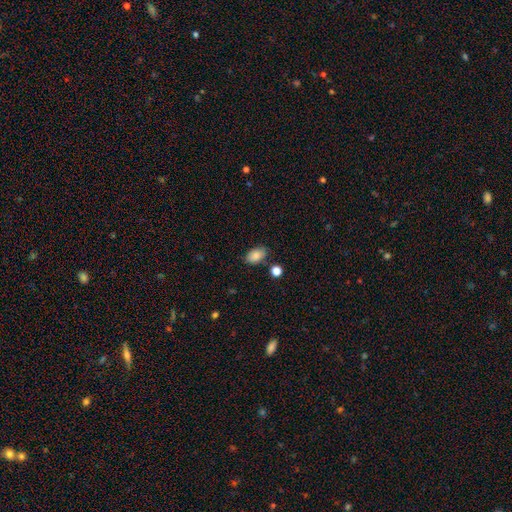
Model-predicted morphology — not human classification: type=smooth (85%); roundness=in between (88%); merging=none (76%).